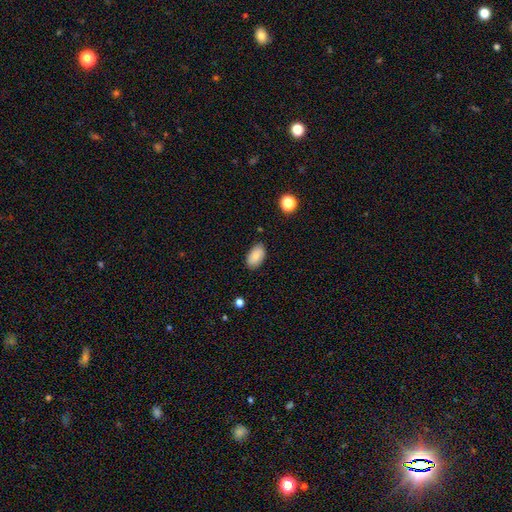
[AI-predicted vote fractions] Smooth or featured? Predicted: smooth (p=0.83). How rounded? Predicted: in between (p=0.94). Merging? Predicted: none (p=0.83).